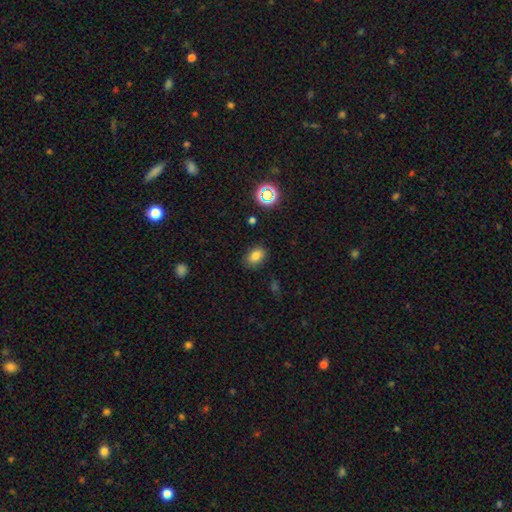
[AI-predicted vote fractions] The model was most divided on "how rounded": in between: 78%, round: 21%, cigar-shaped: 1%. More confident: merging — none (84%); smooth or featured — smooth (80%).